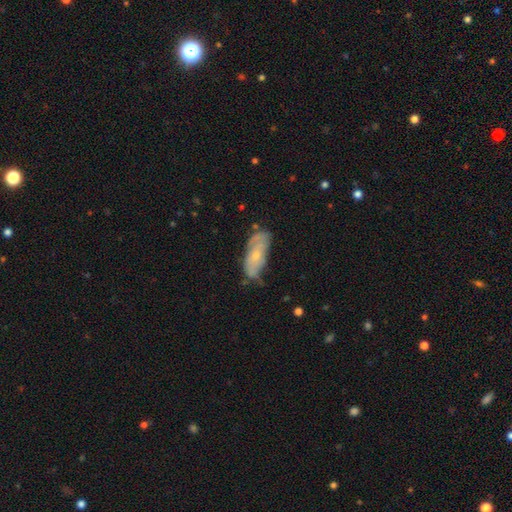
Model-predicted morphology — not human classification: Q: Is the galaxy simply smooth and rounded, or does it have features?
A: featured or disk — 51%.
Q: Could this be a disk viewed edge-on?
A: no — 84%.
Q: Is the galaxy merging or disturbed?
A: none — 55%.